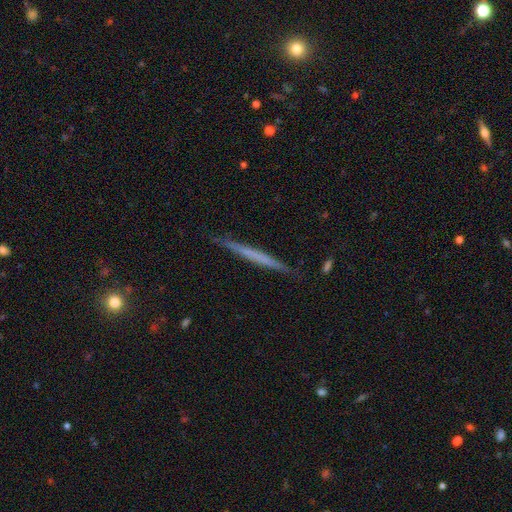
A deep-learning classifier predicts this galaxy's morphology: featured or disk 50%, smooth 44%, star or artifact 6%. Down the decision tree: merging — none (89%).